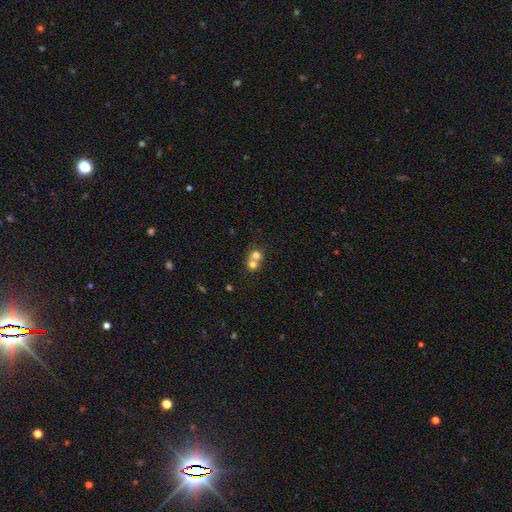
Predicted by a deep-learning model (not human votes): Smooth or featured: smooth — 71% (featured or disk — 17%)
How rounded: round — 77% (in between — 22%)
Merging: merger — 65% (none — 28%)